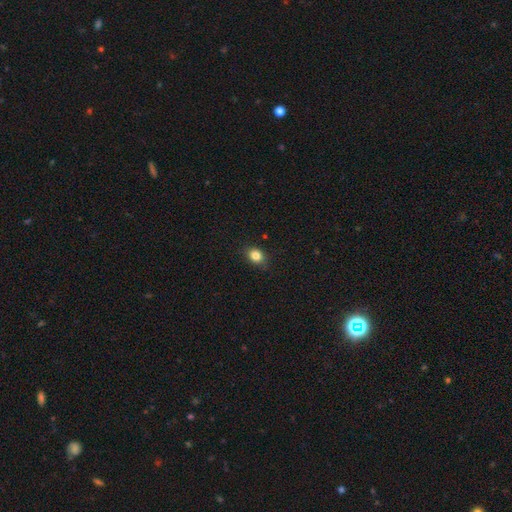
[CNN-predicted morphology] The model was most divided on "how rounded": round: 51%, in between: 48%, cigar-shaped: 1%. More confident: merging — none (85%); smooth or featured — smooth (83%).